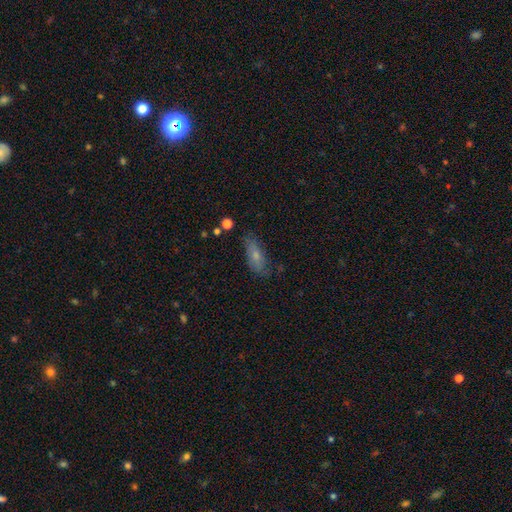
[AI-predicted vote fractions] Smooth or featured? Predicted: smooth (p=0.69). How rounded? Predicted: in between (p=0.70). Merging? Predicted: none (p=0.70).